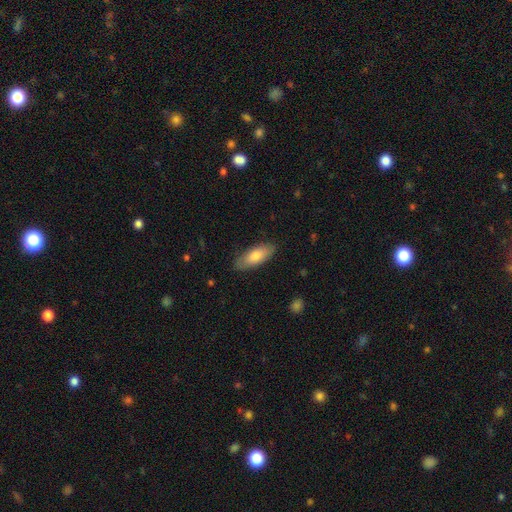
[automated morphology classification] This appears to be a smooth galaxy with no disk features (75%) that is in between round and cigar-shaped (76%). Merging: none (84%).